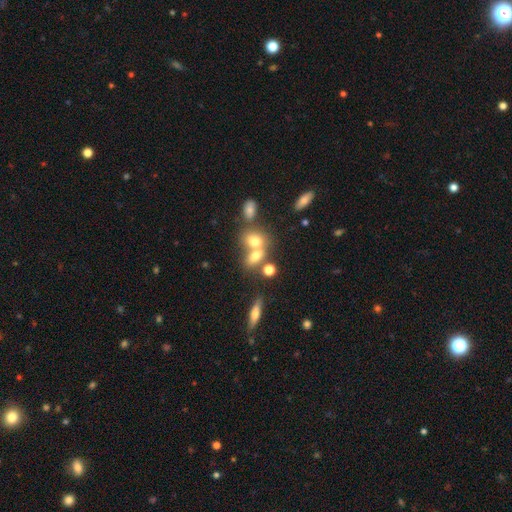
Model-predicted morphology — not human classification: A smooth galaxy with no disk features (69%) that is in between round and cigar-shaped (67%). Merging: merger (56%).